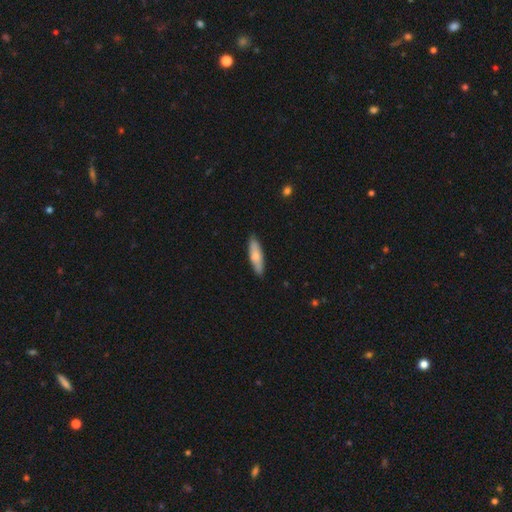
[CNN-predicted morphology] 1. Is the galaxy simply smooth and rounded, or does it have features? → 73% smooth, 22% featured or disk, 5% star or artifact.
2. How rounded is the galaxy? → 62% cigar-shaped, 36% in between, 2% round.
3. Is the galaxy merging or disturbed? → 87% none, 10% minor disturbance, 2% major disturbance, 1% merger.